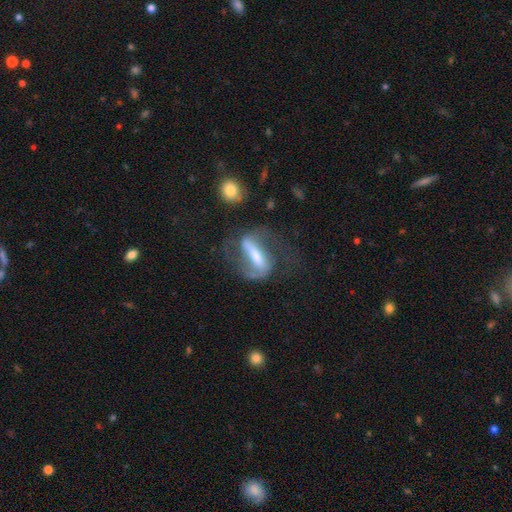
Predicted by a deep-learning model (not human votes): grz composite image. It shows a featured or disk galaxy (77%) with a strong bar (73%), 2 (84%) loose (48%) spiral arms (82%) and a moderate central bulge (45%). Merging: none (47%).